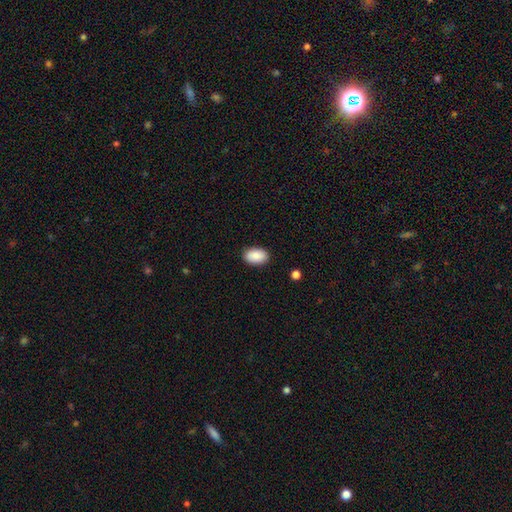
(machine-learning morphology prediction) A smooth galaxy with no disk features (88%) that is in between round and cigar-shaped (92%).

Vote fractions:
- Smooth or featured? smooth: 88% / star or artifact: 7% / featured or disk: 5%
- How rounded? in between: 92% / round: 7% / cigar-shaped: 1%
- Merging? none: 89% / minor disturbance: 8% / major disturbance: 2% / merger: 1%